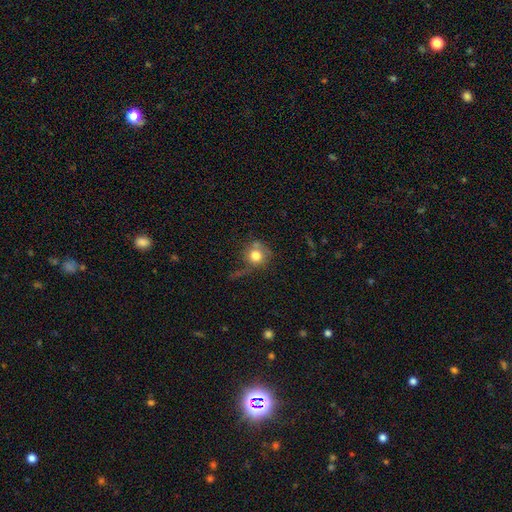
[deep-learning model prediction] smooth_or_featured: smooth (p=0.75) [alt: featured or disk p=0.15]
how_rounded: round (p=0.87) [alt: in between p=0.12]
merging: none (p=0.46) [alt: minor disturbance p=0.23]